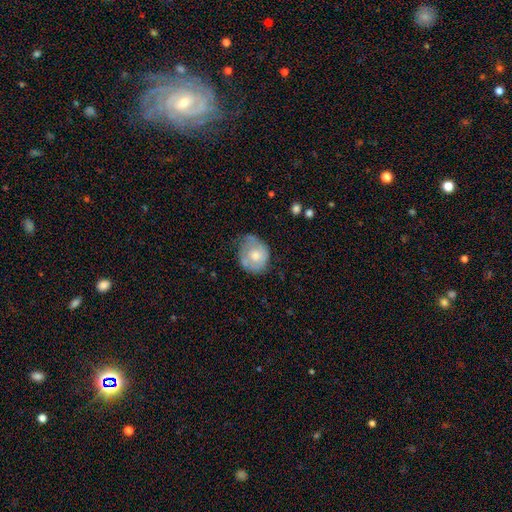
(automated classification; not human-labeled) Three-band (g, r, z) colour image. It shows a smooth galaxy with no disk features (54%) that is round (63%). Merging: none (46%).